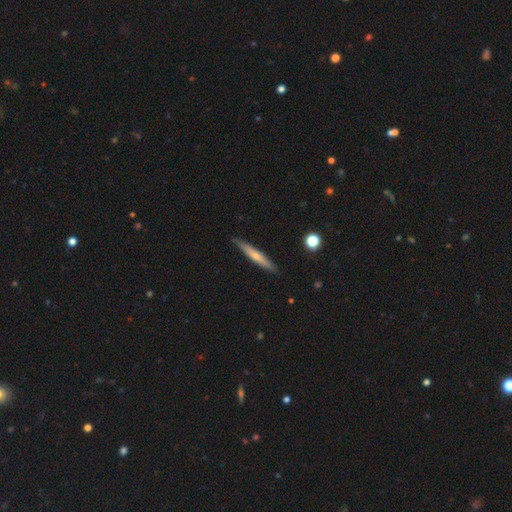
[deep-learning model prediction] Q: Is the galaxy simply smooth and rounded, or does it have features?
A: smooth — 55%.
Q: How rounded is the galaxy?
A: cigar-shaped — 94%.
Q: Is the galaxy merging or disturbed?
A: none — 87%.